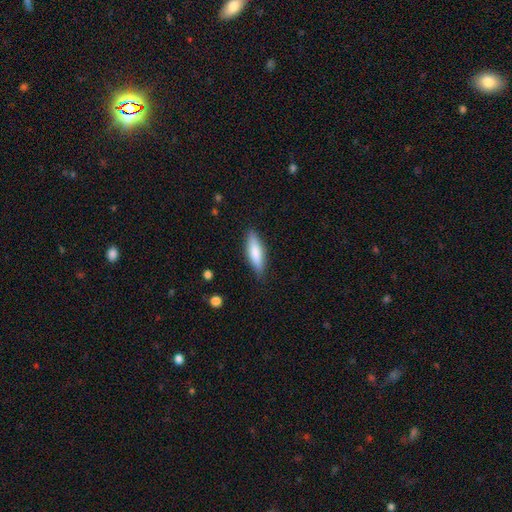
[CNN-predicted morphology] The model was most divided on "how rounded": cigar-shaped: 58%, in between: 41%, round: 2%. More confident: merging — none (84%); smooth or featured — smooth (76%).